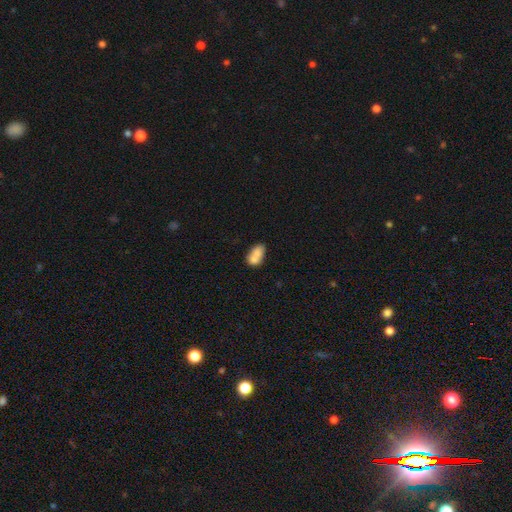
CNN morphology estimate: Smooth or featured? smooth (73%)
How rounded? in between (84%)
Merging? merger (49%)